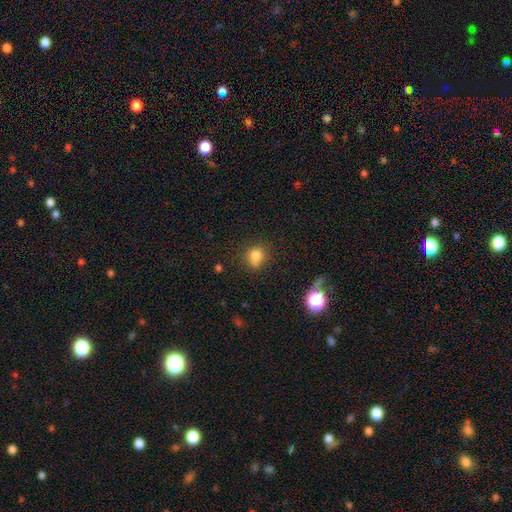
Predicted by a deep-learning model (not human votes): The model was most divided on "merging": none: 62%, minor disturbance: 22%, merger: 9%, major disturbance: 7%. More confident: smooth or featured — smooth (78%); how rounded — round (70%).